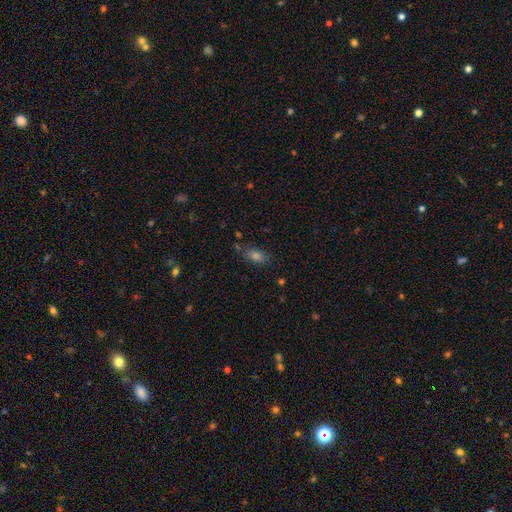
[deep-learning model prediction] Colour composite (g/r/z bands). It shows a smooth galaxy with no disk features (68%) that is in between round and cigar-shaped (80%). Merging: none (77%).